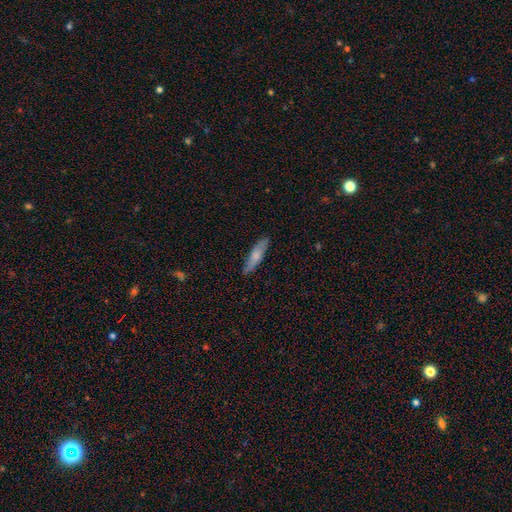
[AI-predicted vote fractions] Smooth or featured? Predicted: smooth (p=0.66). How rounded? Predicted: cigar-shaped (p=0.75). Merging? Predicted: none (p=0.84).